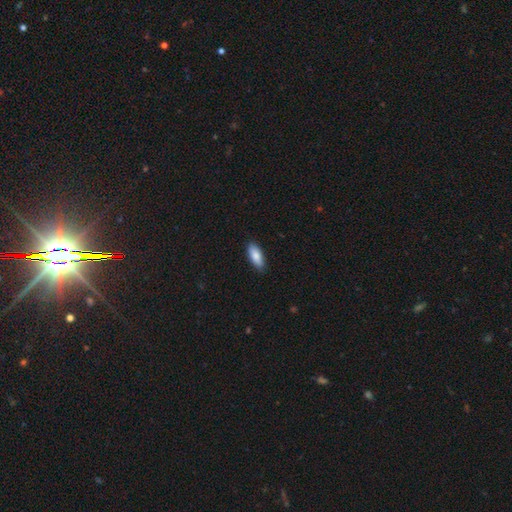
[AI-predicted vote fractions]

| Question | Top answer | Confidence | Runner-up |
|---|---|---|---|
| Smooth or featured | smooth | 84% | featured or disk (10%) |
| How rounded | in between | 79% | cigar-shaped (19%) |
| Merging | none | 86% | minor disturbance (11%) |